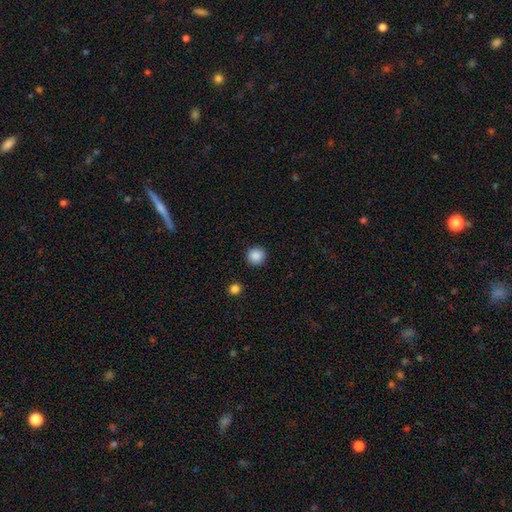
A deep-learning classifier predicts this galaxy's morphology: The model was most divided on "smooth or featured": smooth: 88%, star or artifact: 9%, featured or disk: 3%. More confident: how rounded — round (95%); merging — none (92%).